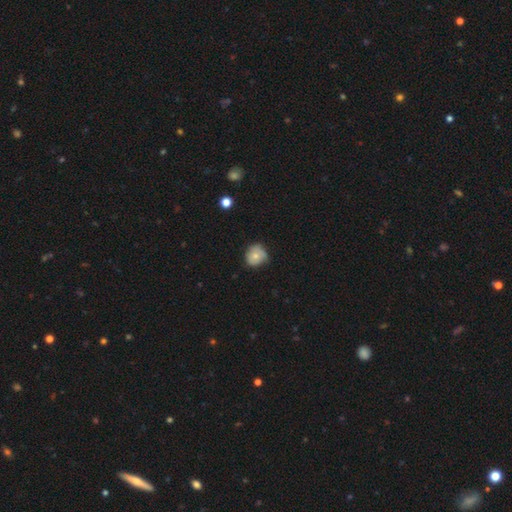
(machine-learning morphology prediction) The model was most divided on "merging": none: 57%, minor disturbance: 35%, major disturbance: 7%, merger: 2%. More confident: how rounded — round (78%); smooth or featured — smooth (67%).